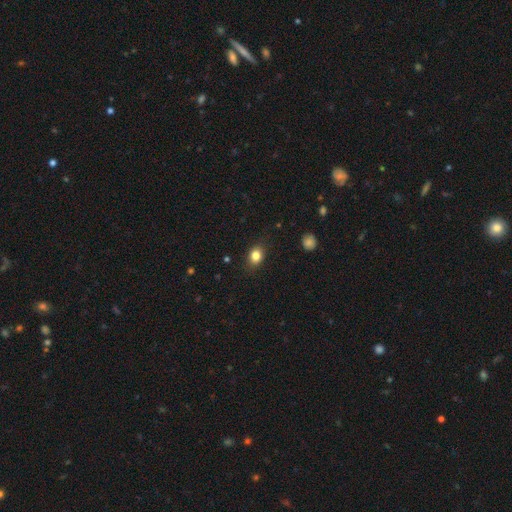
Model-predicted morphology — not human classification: smooth 83%, star or artifact 10%, featured or disk 7%. Down the decision tree: how rounded — in between (58%); merging — none (84%).